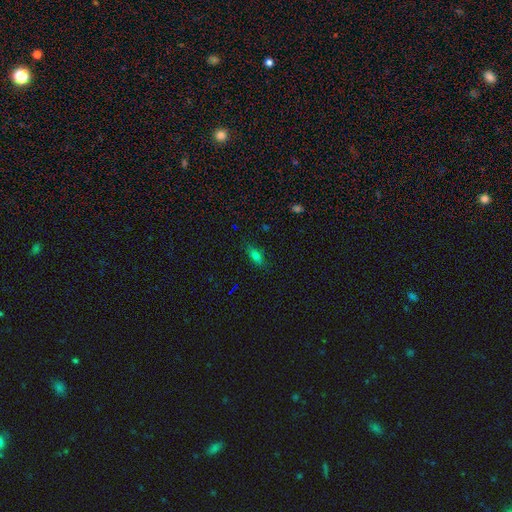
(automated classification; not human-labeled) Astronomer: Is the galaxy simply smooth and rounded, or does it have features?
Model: smooth — 68%.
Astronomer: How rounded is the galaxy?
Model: in between — 73%.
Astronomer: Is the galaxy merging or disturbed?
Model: none — 83%.